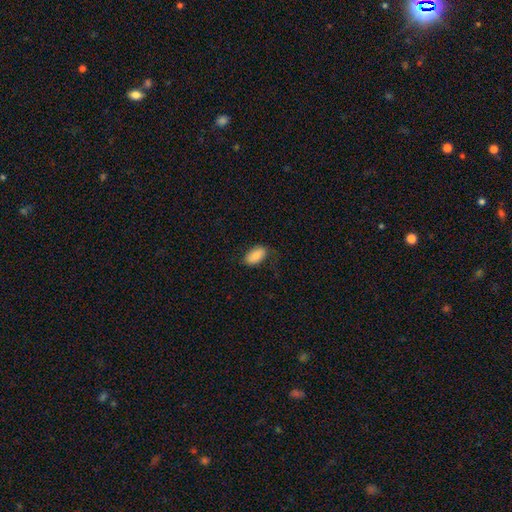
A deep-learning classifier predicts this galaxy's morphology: A smooth galaxy with no disk features (82%) that is in between round and cigar-shaped (93%).

Vote fractions:
- Smooth or featured? smooth: 82% / featured or disk: 12% / star or artifact: 7%
- How rounded? in between: 93% / round: 5% / cigar-shaped: 2%
- Merging? none: 73% / minor disturbance: 20% / major disturbance: 6% / merger: 1%